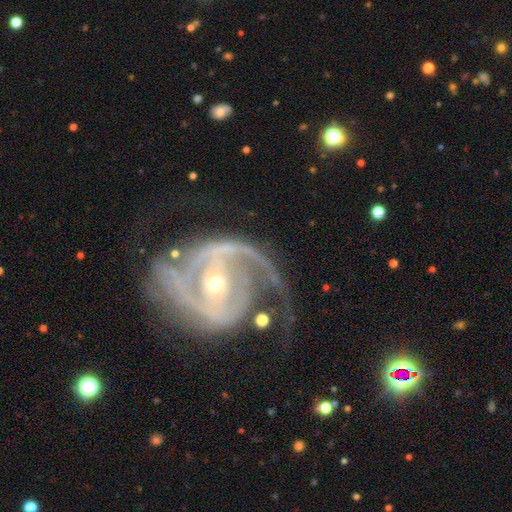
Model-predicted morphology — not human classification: smooth_or_featured: featured or disk (p=0.90) [alt: star or artifact p=0.06]
disk_edge_on: no (p=0.97) [alt: yes p=0.03]
bar: weak (p=0.37) [alt: no p=0.32]
has_spiral_arms: yes (p=0.96) [alt: no p=0.04]
spiral_winding: medium (p=0.46) [alt: tight p=0.37]
spiral_arm_count: 2 (p=0.61) [alt: 1 p=0.11]
bulge_size: small (p=0.58) [alt: moderate p=0.38]
merging: none (p=0.48) [alt: major disturbance p=0.28]